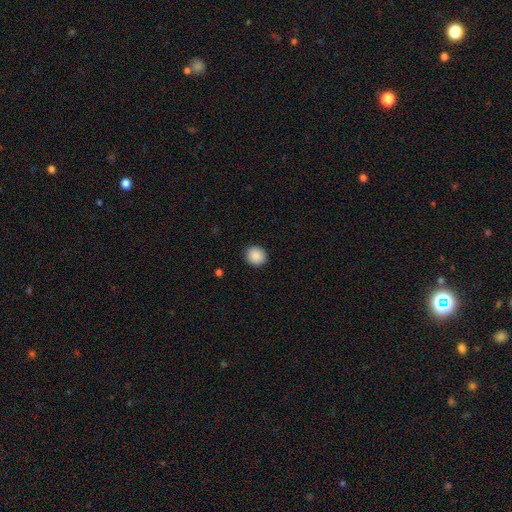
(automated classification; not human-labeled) Smooth or featured?
  - smooth: 89% *
  - star or artifact: 8%
  - featured or disk: 3%
How rounded?
  - round: 84% *
  - in between: 15%
  - cigar-shaped: 1%
Merging?
  - none: 92% *
  - minor disturbance: 5%
  - major disturbance: 2%
  - merger: 1%